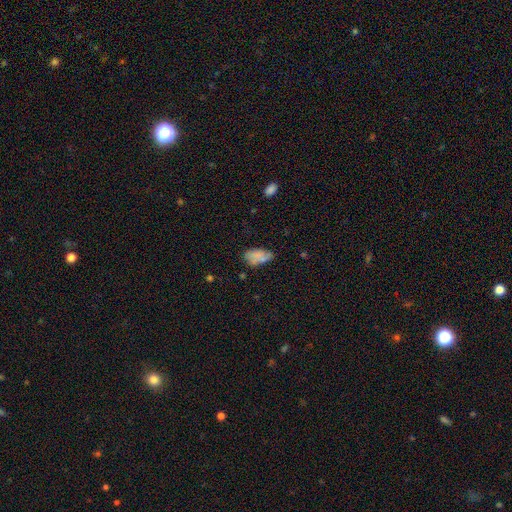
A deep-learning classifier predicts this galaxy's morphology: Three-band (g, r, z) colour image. It shows a smooth galaxy with no disk features (76%) that is in between round and cigar-shaped (92%). Merging: none (52%).